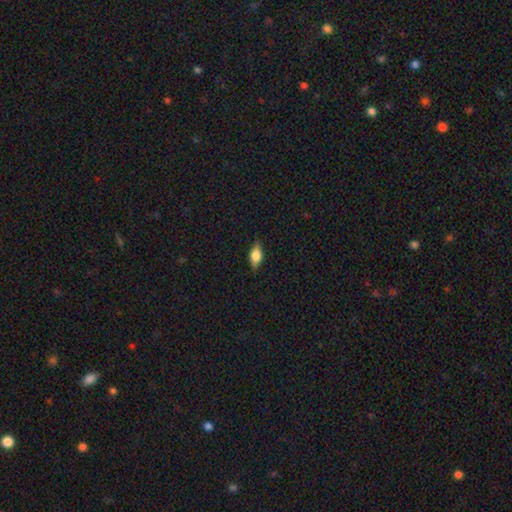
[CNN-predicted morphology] smooth-or-featured: smooth: 58% | featured or disk: 34% | star or artifact: 9%
  how-rounded: in between: 78% | cigar-shaped: 16% | round: 6%
  merging: none: 85% | minor disturbance: 11% | major disturbance: 2% | merger: 1%